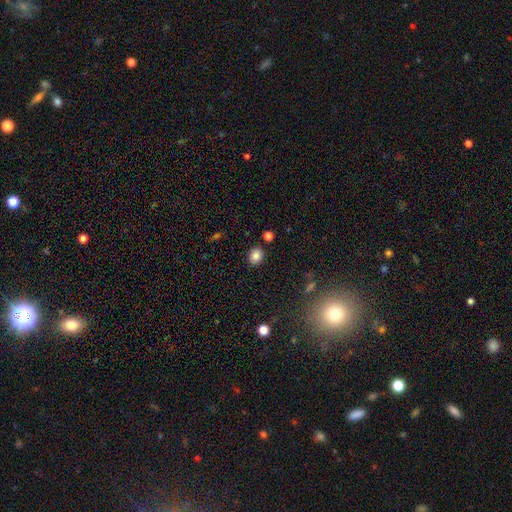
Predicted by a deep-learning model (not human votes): Morphology: type=smooth (83%); roundness=round (55%); merging=none (87%).